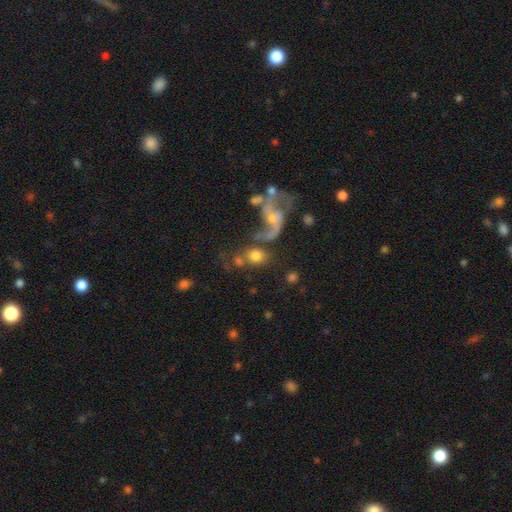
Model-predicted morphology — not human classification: smooth 64%, featured or disk 25%, star or artifact 12%. Down the decision tree: how rounded — round (61%); merging — none (44%).